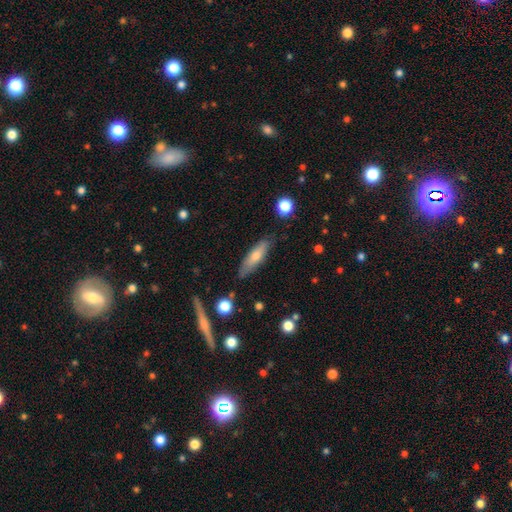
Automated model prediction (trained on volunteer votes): A smooth galaxy with no disk features (62%) that is cigar-shaped (63%).

Vote fractions:
- Smooth or featured? smooth: 62% / featured or disk: 31% / star or artifact: 7%
- How rounded? cigar-shaped: 63% / in between: 35% / round: 2%
- Merging? none: 80% / minor disturbance: 15% / major disturbance: 3% / merger: 2%